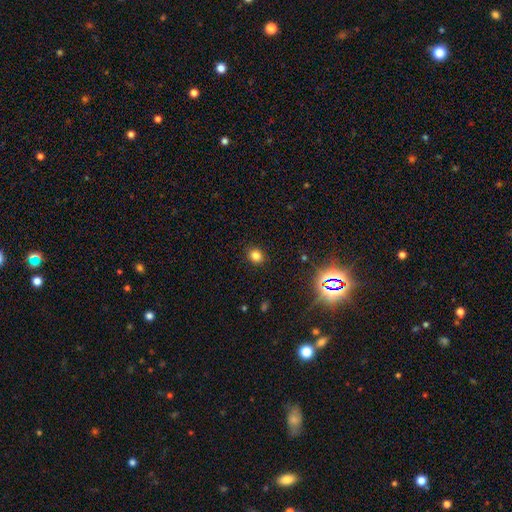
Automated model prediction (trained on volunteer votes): Overall: smooth (79%). How rounded: round (64%; in between 35%). Merging: none (89%).